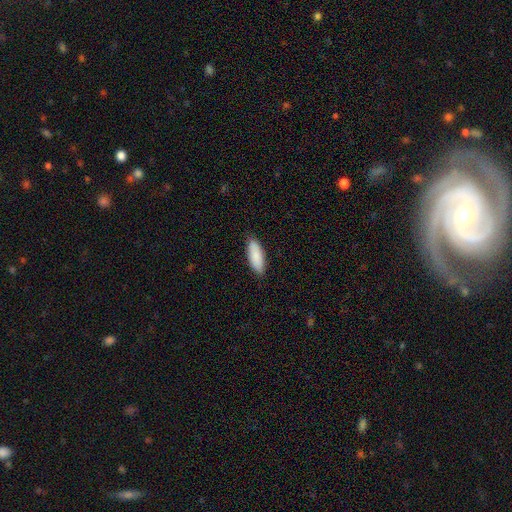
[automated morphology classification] Overall: smooth (88%). How rounded: in between (71%). Merging: none (87%).